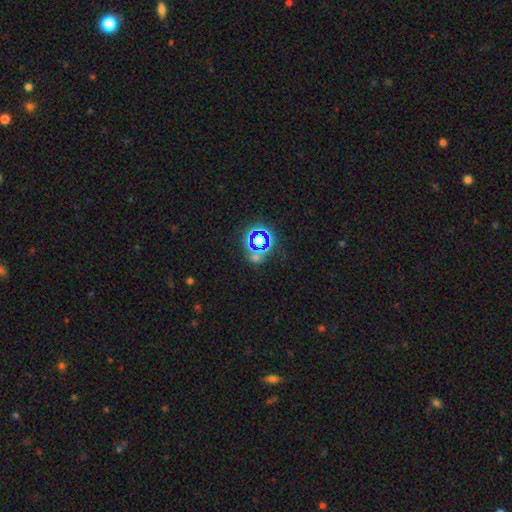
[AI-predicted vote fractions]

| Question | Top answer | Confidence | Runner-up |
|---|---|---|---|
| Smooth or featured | star or artifact | 71% | smooth (19%) |